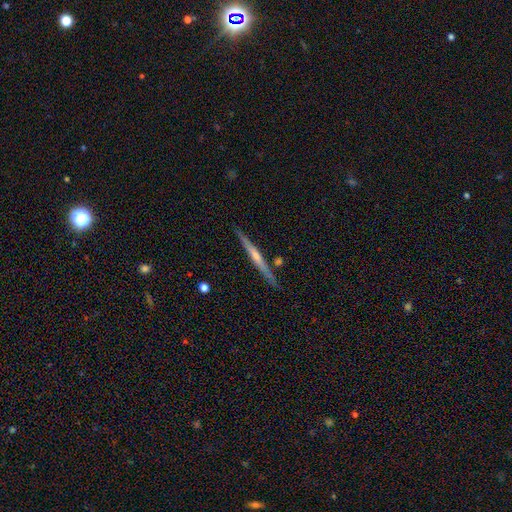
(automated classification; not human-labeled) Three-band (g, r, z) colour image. It shows a featured or disk galaxy (68%) viewed edge-on (98%) with a rounded central bulge (52%). Merging: none (87%).